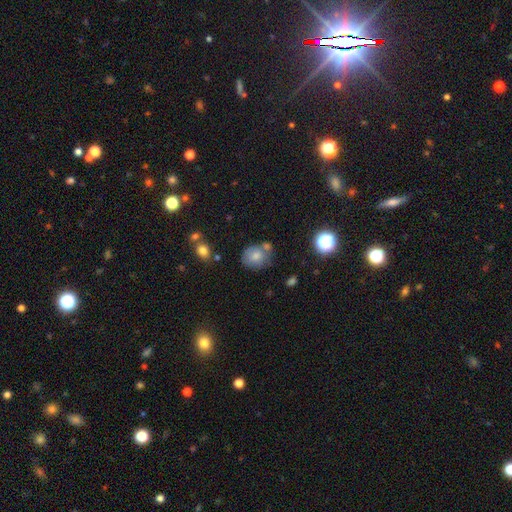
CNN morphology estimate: Smooth or featured?
  - smooth: 74% *
  - featured or disk: 15%
  - star or artifact: 11%
How rounded?
  - round: 67% *
  - in between: 32%
  - cigar-shaped: 1%
Merging?
  - none: 54% *
  - merger: 20%
  - minor disturbance: 19%
  - major disturbance: 6%